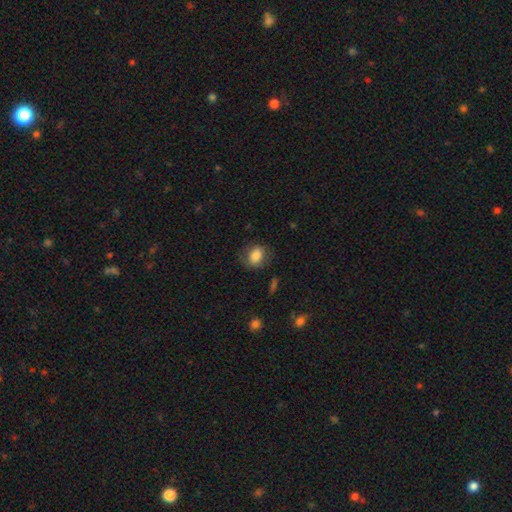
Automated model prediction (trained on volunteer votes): Smooth or featured? smooth (82%)
How rounded? in between (66%)
Merging? none (73%)